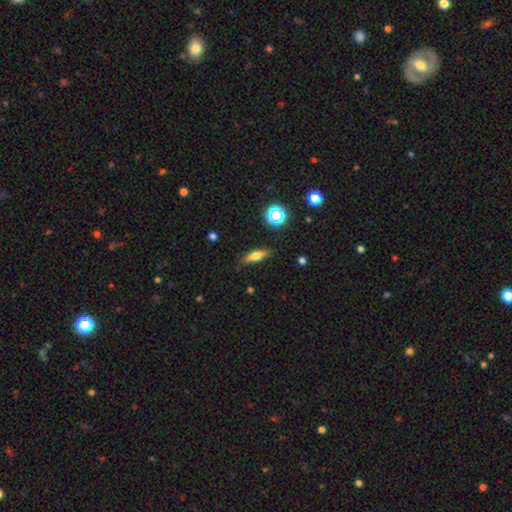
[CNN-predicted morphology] smooth-or-featured: smooth: 60% | featured or disk: 28% | star or artifact: 11%
  how-rounded: cigar-shaped: 55% | in between: 40% | round: 5%
  merging: none: 83% | minor disturbance: 12% | major disturbance: 3% | merger: 2%